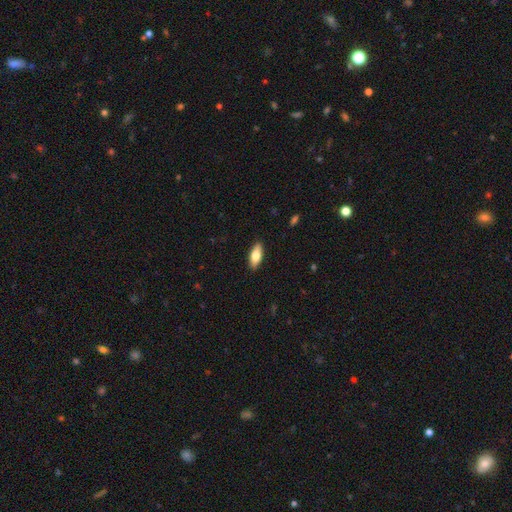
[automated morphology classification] smooth_or_featured: smooth (p=0.72) [alt: featured or disk p=0.22]
how_rounded: in between (p=0.77) [alt: cigar-shaped p=0.20]
merging: none (p=0.90) [alt: minor disturbance p=0.08]